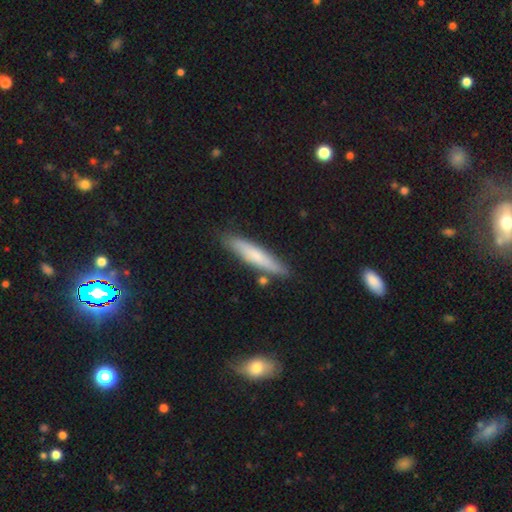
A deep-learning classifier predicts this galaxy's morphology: This is likely a smooth galaxy (67%). How rounded: clearly cigar-shaped (90%). Merging: clearly none (82%).